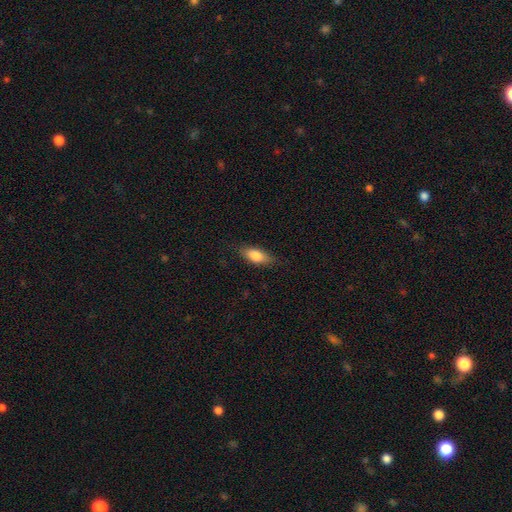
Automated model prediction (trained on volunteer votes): Q: Smooth or featured?
A: smooth (81%); runner-up: featured or disk (12%)
Q: How rounded?
A: in between (80%); runner-up: cigar-shaped (17%)
Q: Merging?
A: none (81%); runner-up: minor disturbance (15%)